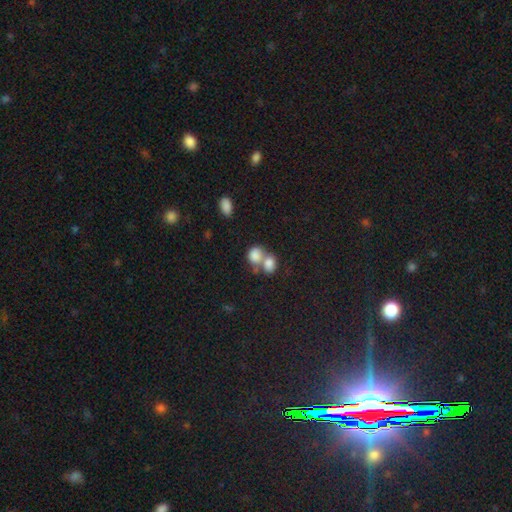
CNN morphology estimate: type=smooth (80%); roundness=in between (55%); merging=merger (67%).